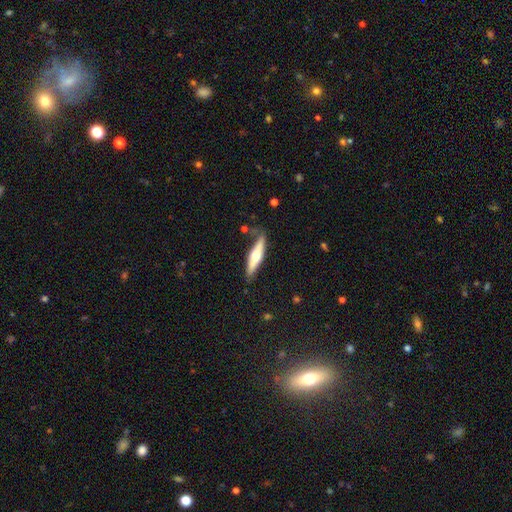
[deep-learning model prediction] smooth-or-featured: featured or disk: 55% | smooth: 40% | star or artifact: 5%
  disk-edge-on: yes: 92% | no: 8%
    edge-on-bulge: rounded: 91% | boxy: 5% | none: 4%
  merging: none: 76% | minor disturbance: 17% | major disturbance: 4% | merger: 4%